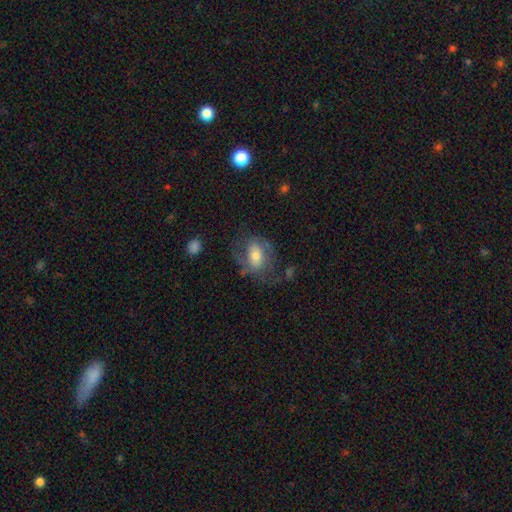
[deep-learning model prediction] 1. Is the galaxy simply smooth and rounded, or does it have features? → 50% featured or disk, 42% smooth, 7% star or artifact.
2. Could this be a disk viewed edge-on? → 94% no, 6% yes.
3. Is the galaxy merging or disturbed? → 52% none, 22% minor disturbance, 22% major disturbance, 3% merger.